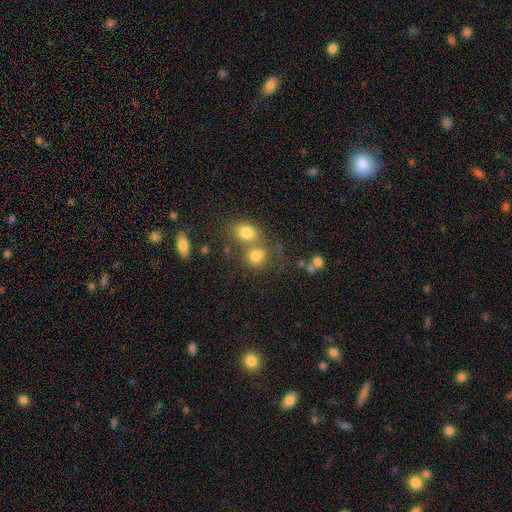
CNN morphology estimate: A smooth galaxy with no disk features (77%) that is round (68%). Merging: merger (47%).